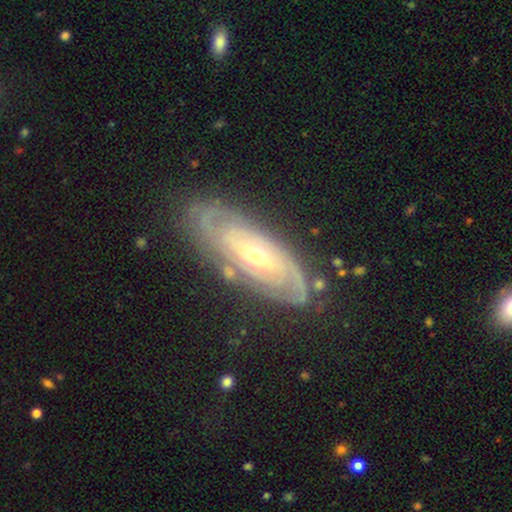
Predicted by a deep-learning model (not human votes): Smooth or featured: featured or disk — 85% (smooth — 9%)
Edge-on disk: no — 88% (yes — 12%)
Bar: no — 58% (weak — 30%)
Spiral arms: yes — 93% (no — 7%)
Spiral winding: tight — 76% (medium — 20%)
Spiral arm count: can't tell — 39% (2 — 34%)
Bulge size: small — 55% (moderate — 42%)
Merging: none — 80% (minor disturbance — 14%)